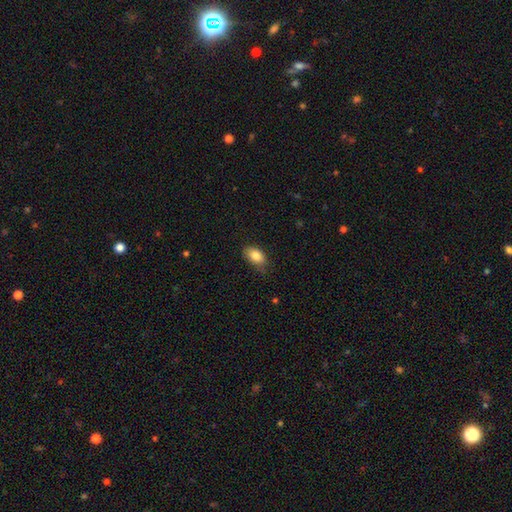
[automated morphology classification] This appears to be a smooth galaxy with no disk features (84%) that is in between round and cigar-shaped (89%). Merging: none (75%).